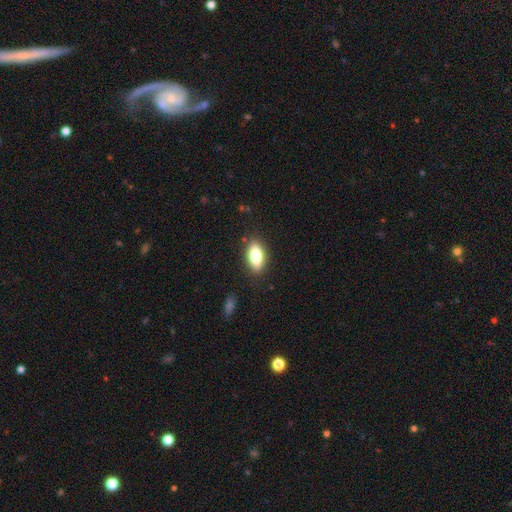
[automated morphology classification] A smooth galaxy with no disk features (73%) that is in between round and cigar-shaped (82%). Merging: none (85%).